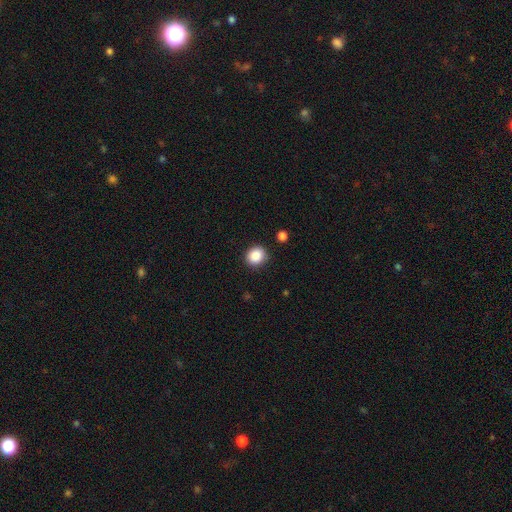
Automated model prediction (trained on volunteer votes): Smooth or featured? Predicted: smooth (p=0.88). How rounded? Predicted: round (p=0.77). Merging? Predicted: none (p=0.87).